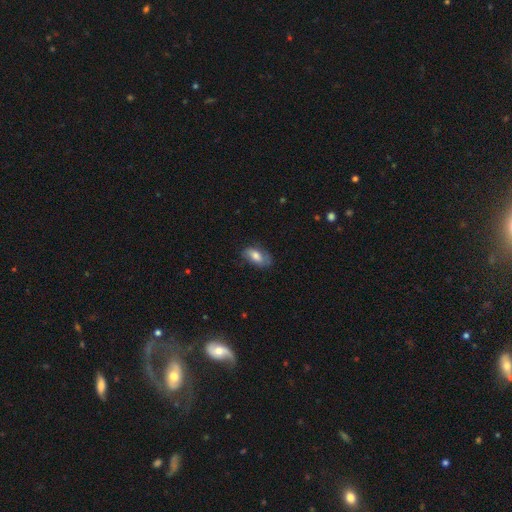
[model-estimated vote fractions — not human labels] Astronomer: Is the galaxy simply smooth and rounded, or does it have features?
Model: smooth — 70%.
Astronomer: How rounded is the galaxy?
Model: in between — 90%.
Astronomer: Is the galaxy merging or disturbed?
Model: none — 69%.